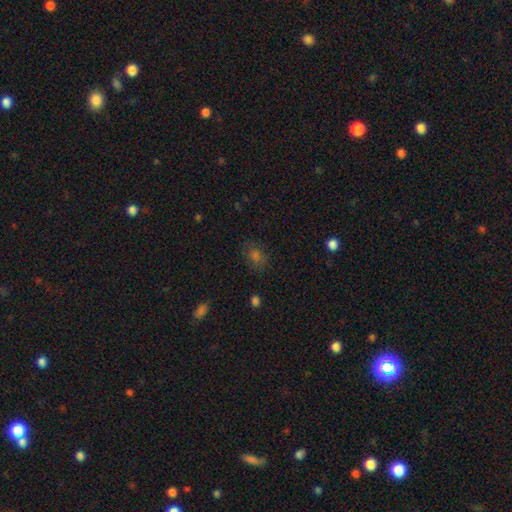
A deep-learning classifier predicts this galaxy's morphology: A smooth galaxy with no disk features (68%) that is in between round and cigar-shaped (58%).

Vote fractions:
- Smooth or featured? smooth: 68% / star or artifact: 24% / featured or disk: 8%
- How rounded? in between: 58% / round: 40% / cigar-shaped: 2%
- Merging? none: 81% / minor disturbance: 13% / major disturbance: 4% / merger: 2%